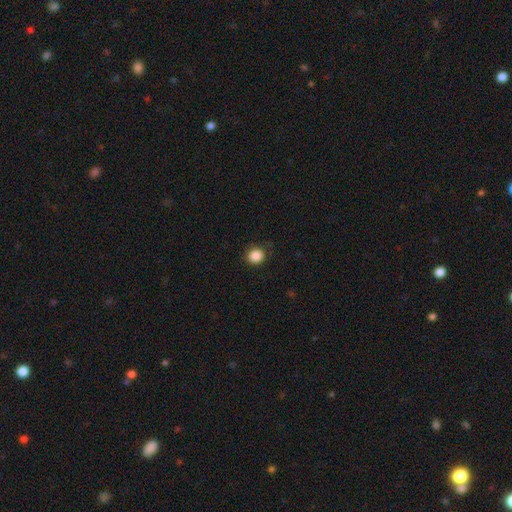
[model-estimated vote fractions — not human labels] Q: Smooth or featured?
A: smooth (87%); runner-up: star or artifact (10%)
Q: How rounded?
A: round (85%); runner-up: in between (14%)
Q: Merging?
A: none (87%); runner-up: minor disturbance (9%)